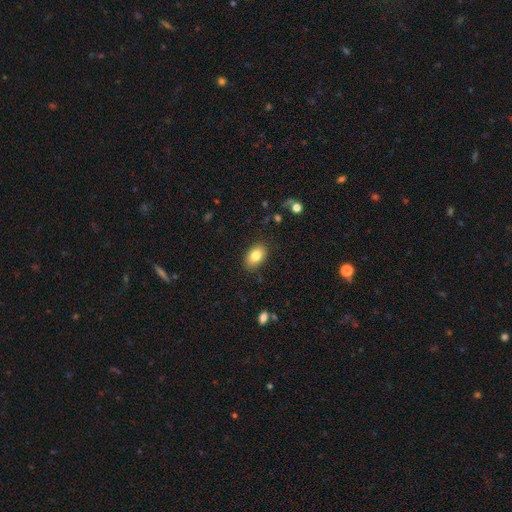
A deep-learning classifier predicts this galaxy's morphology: Overall: smooth (82%). How rounded: in between (89%). Merging: none (86%).